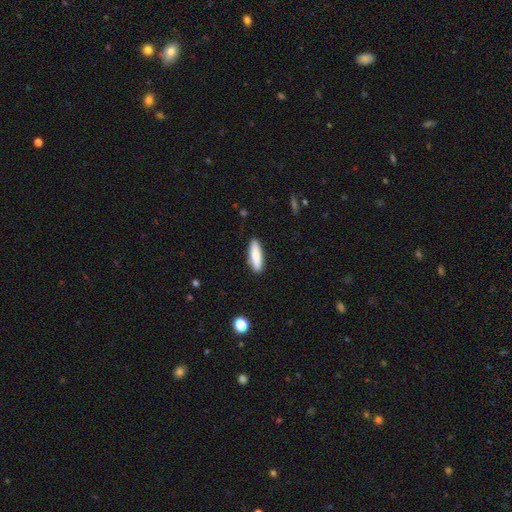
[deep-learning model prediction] Smooth or featured: smooth — 82% (featured or disk — 13%)
How rounded: cigar-shaped — 63% (in between — 36%)
Merging: none — 89% (minor disturbance — 9%)